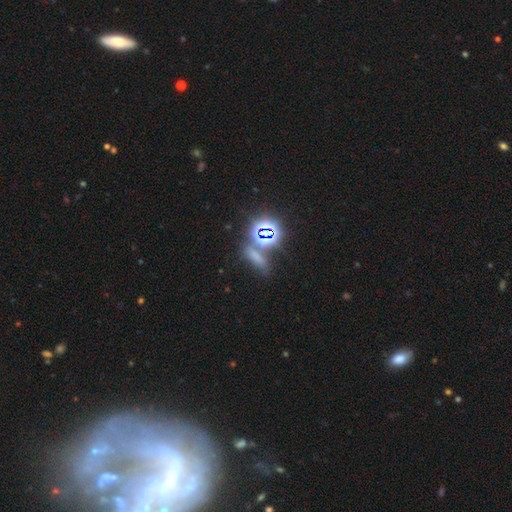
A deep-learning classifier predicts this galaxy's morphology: This appears to be a smooth galaxy with no disk features (50%) that is cigar-shaped (44%). Merging: none (63%).